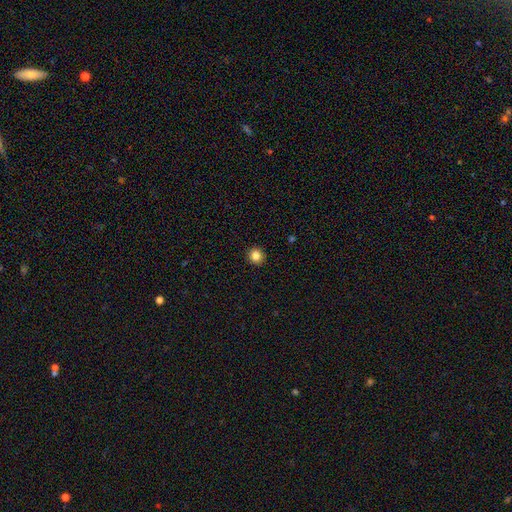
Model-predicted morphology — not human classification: A smooth galaxy with no disk features (84%) that is round (92%). Merging: none (93%).